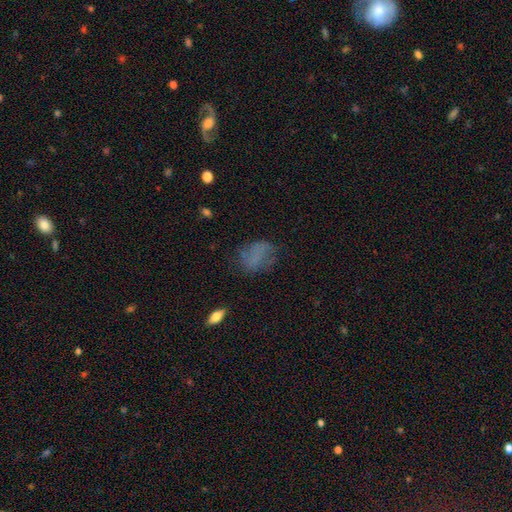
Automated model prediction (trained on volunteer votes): smooth 60%, featured or disk 25%, star or artifact 15%. Down the decision tree: how rounded — in between (69%); merging — none (60%).